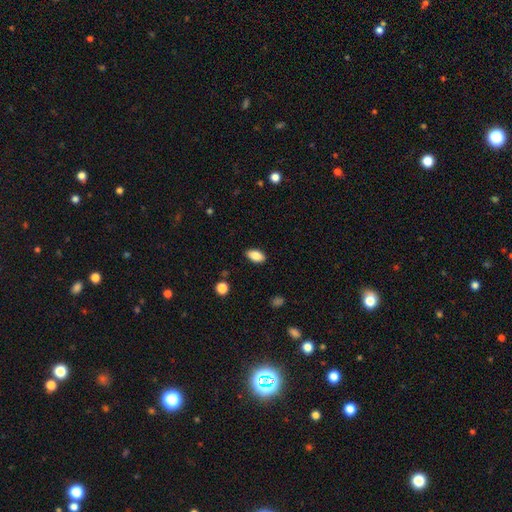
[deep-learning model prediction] The model was most divided on "merging": none: 87%, minor disturbance: 10%, major disturbance: 2%, merger: 1%. More confident: how rounded — in between (92%); smooth or featured — smooth (85%).